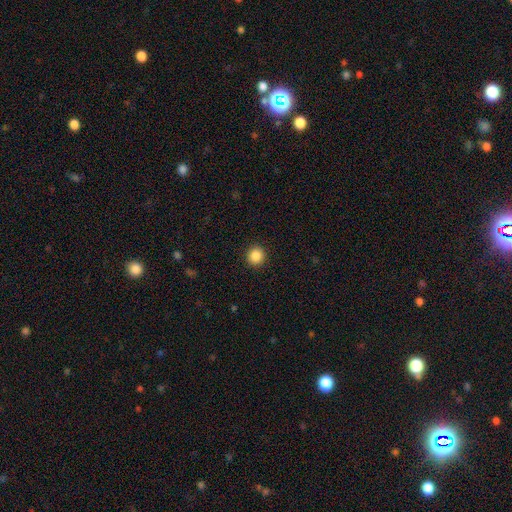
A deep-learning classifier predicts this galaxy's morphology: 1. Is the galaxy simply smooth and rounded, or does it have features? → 87% smooth, 10% star or artifact, 3% featured or disk.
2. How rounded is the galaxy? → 92% round, 8% in between, 1% cigar-shaped.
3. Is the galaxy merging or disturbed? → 92% none, 5% minor disturbance, 2% major disturbance, 1% merger.